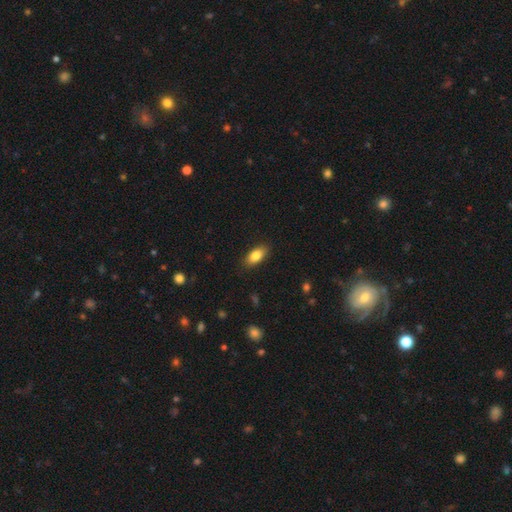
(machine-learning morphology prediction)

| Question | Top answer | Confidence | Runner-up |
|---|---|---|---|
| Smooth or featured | smooth | 84% | featured or disk (9%) |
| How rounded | in between | 87% | cigar-shaped (9%) |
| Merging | none | 87% | minor disturbance (10%) |